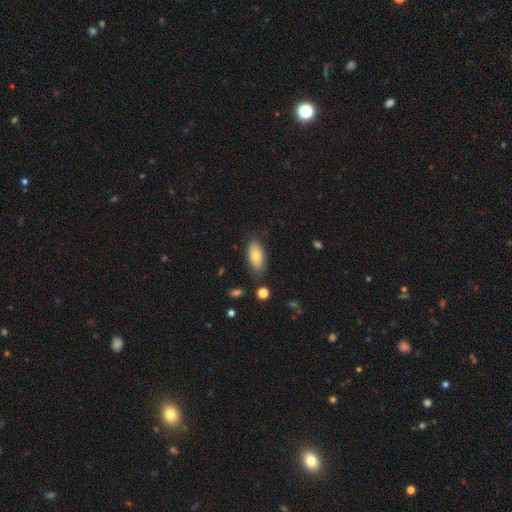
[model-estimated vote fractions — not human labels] Smooth or featured? smooth (70%)
How rounded? in between (89%)
Merging? none (79%)